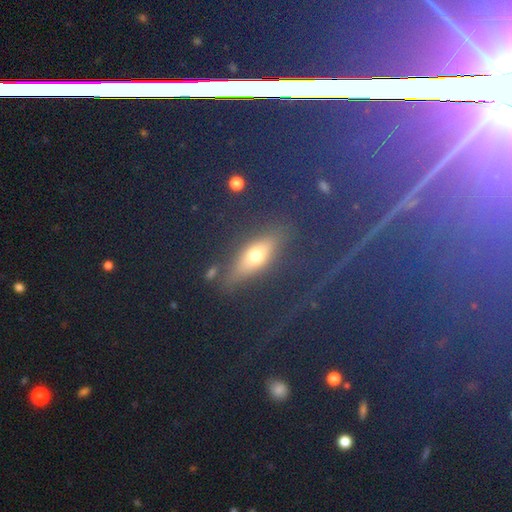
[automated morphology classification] smooth-or-featured: smooth: 41% | star or artifact: 32% | featured or disk: 27%
  merging: none: 84% | minor disturbance: 10% | major disturbance: 4% | merger: 2%